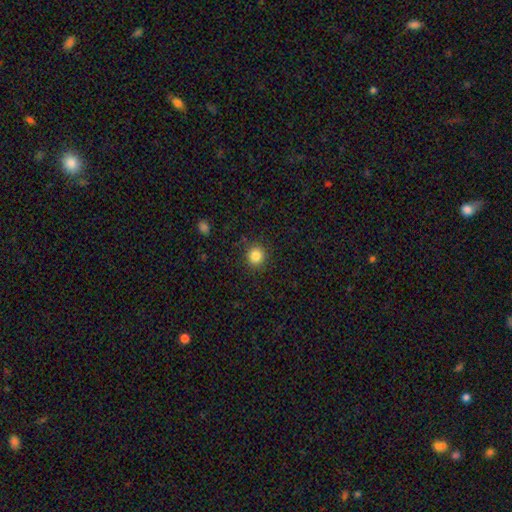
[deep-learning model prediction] This appears to be a smooth galaxy with no disk features (84%) that is round (90%). Merging: none (90%).